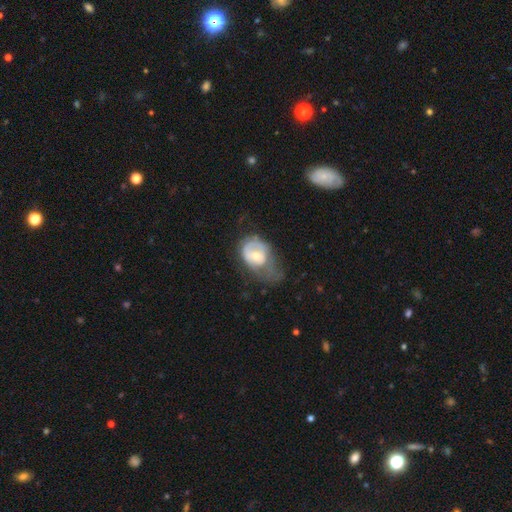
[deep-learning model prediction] Overall: featured or disk (50%; smooth 43%). Edge-on disk: no (96%). Merging: major disturbance (49%; minor disturbance 29%).